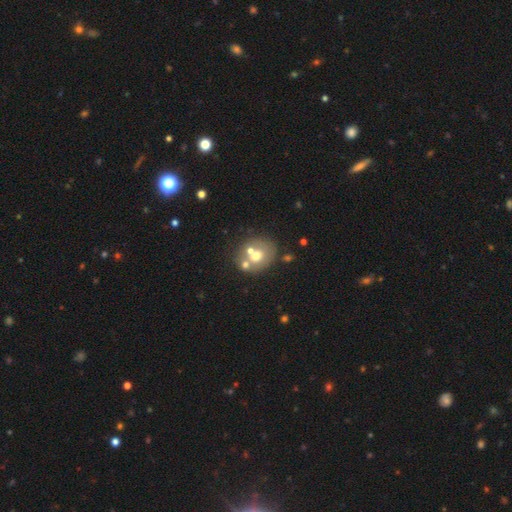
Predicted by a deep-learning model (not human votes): Overall: smooth (53%; featured or disk 36%). How rounded: round (71%). Merging: none (48%; merger 35%).